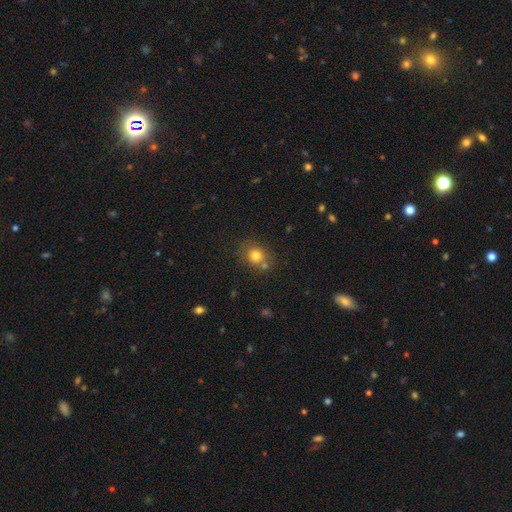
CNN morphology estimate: Overall: smooth (78%). How rounded: round (73%). Merging: none (65%).